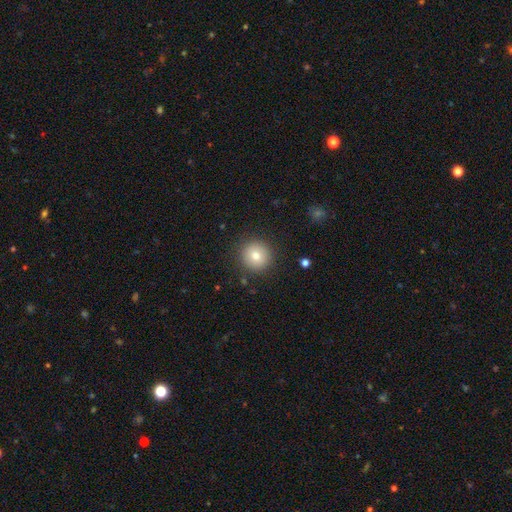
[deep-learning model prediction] Smooth or featured?
  - smooth: 77% *
  - featured or disk: 11%
  - star or artifact: 11%
How rounded?
  - round: 94% *
  - in between: 5%
  - cigar-shaped: 1%
Merging?
  - none: 90% *
  - minor disturbance: 7%
  - major disturbance: 2%
  - merger: 1%